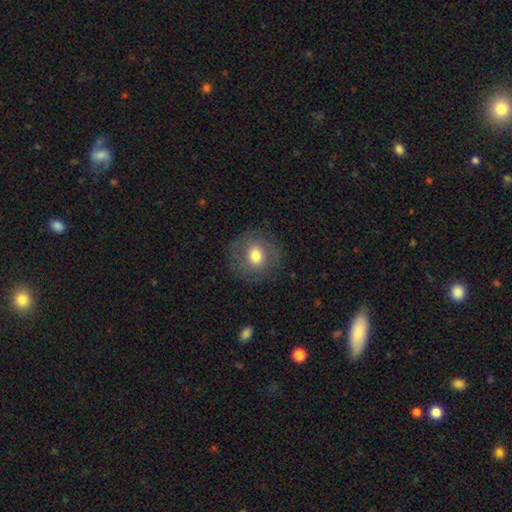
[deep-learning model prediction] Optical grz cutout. It shows a smooth galaxy with no disk features (68%) that is round (88%). Merging: none (83%).